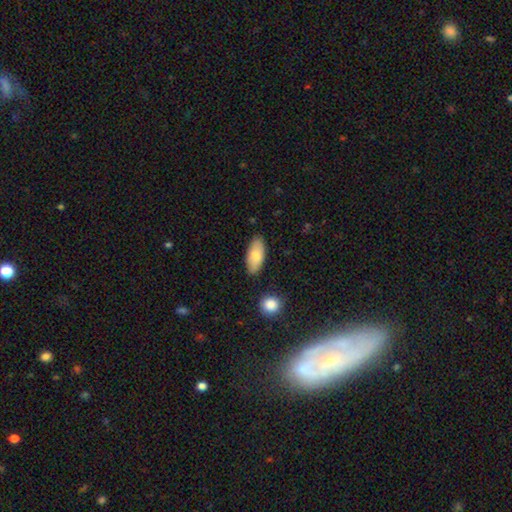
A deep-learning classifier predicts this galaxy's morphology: smooth_or_featured: smooth (p=0.81) [alt: featured or disk p=0.13]
how_rounded: in between (p=0.89) [alt: cigar-shaped p=0.08]
merging: none (p=0.81) [alt: minor disturbance p=0.13]